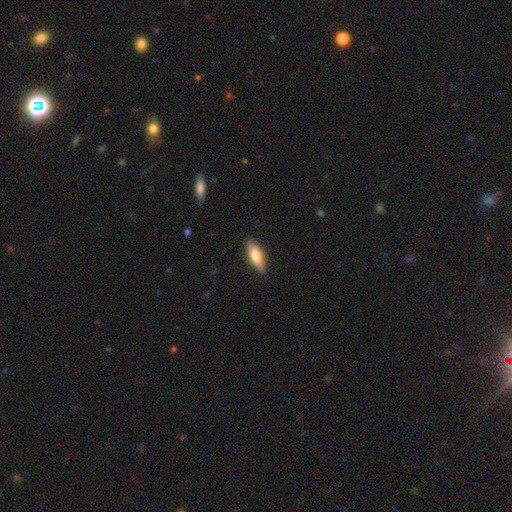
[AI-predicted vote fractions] Q: Smooth or featured?
A: smooth (66%); runner-up: featured or disk (28%)
Q: How rounded?
A: in between (64%); runner-up: cigar-shaped (34%)
Q: Merging?
A: none (86%); runner-up: minor disturbance (11%)